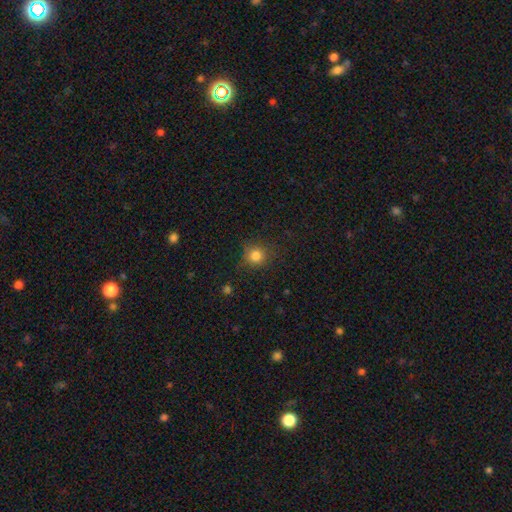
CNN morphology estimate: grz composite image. It shows a smooth galaxy with no disk features (82%) that is round (91%). Merging: none (81%).